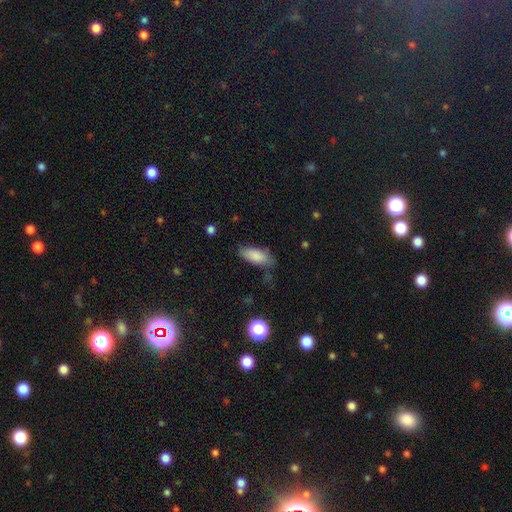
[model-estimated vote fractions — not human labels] Smooth or featured? smooth (85%)
How rounded? in between (81%)
Merging? none (70%)